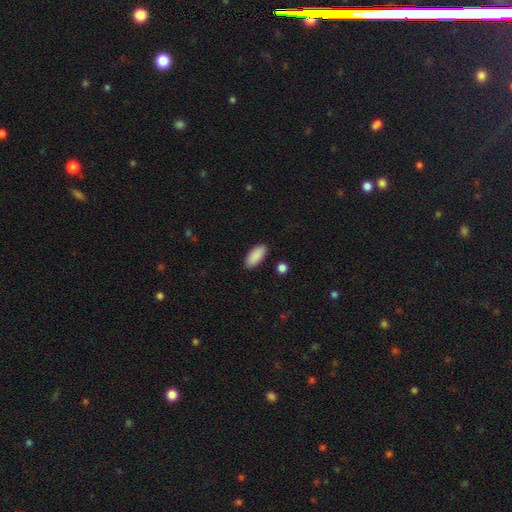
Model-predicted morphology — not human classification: This is clearly a smooth galaxy (90%). How rounded: clearly in between (89%). Merging: clearly none (88%).